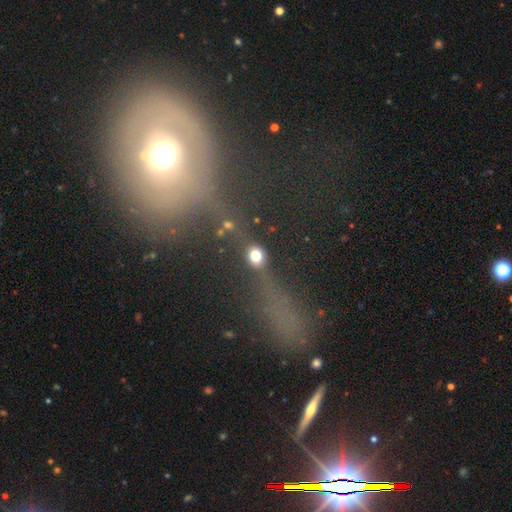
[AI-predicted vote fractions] Smooth or featured: smooth — 68% (star or artifact — 18%)
How rounded: round — 61% (in between — 34%)
Merging: none — 68% (minor disturbance — 14%)